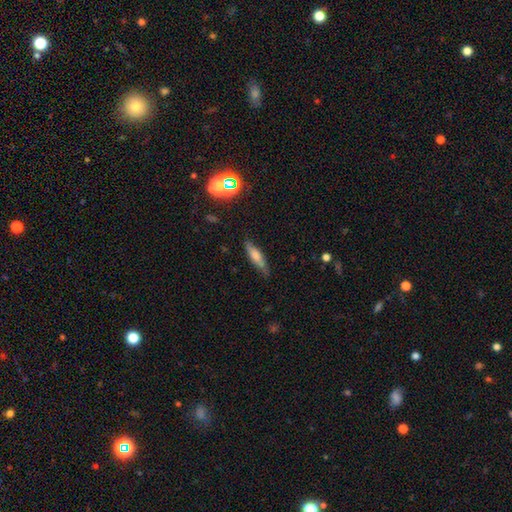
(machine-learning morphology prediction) Overall: smooth (62%; featured or disk 29%). How rounded: cigar-shaped (68%; in between 30%). Merging: none (74%).